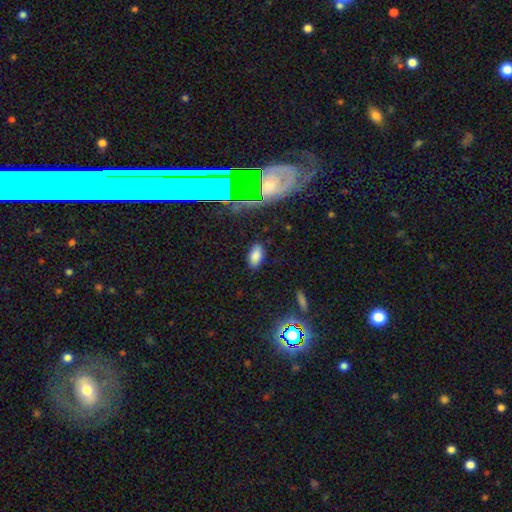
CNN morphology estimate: A smooth galaxy with no disk features (78%) that is in between round and cigar-shaped (92%).

Vote fractions:
- Smooth or featured? smooth: 78% / star or artifact: 12% / featured or disk: 9%
- How rounded? in between: 92% / round: 4% / cigar-shaped: 3%
- Merging? none: 82% / minor disturbance: 13% / major disturbance: 3% / merger: 2%